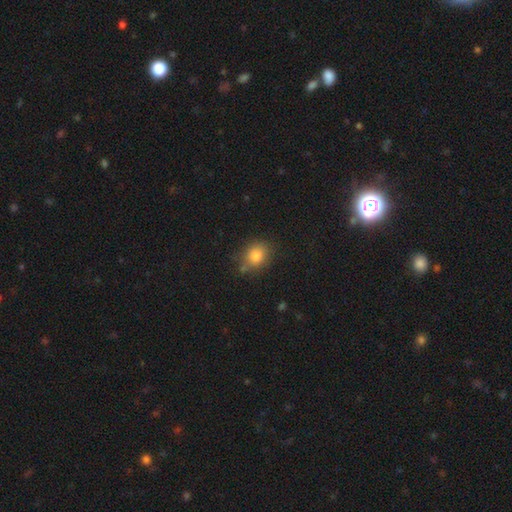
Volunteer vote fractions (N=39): smooth-or-featured: smooth: 74% | featured or disk: 13% | star or artifact: 13%
  how-rounded: round: 62% | in between: 38% | cigar-shaped: 0%
  merging: none: 68% | minor disturbance: 29% | major disturbance: 3% | merger: 0%